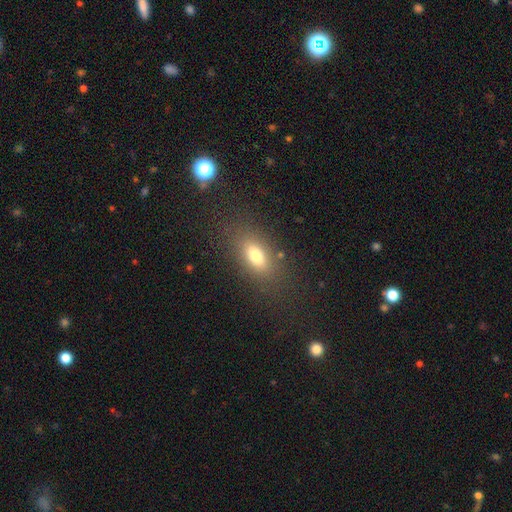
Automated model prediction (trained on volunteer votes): A smooth galaxy with no disk features (74%) that is in between round and cigar-shaped (82%). Merging: none (81%).